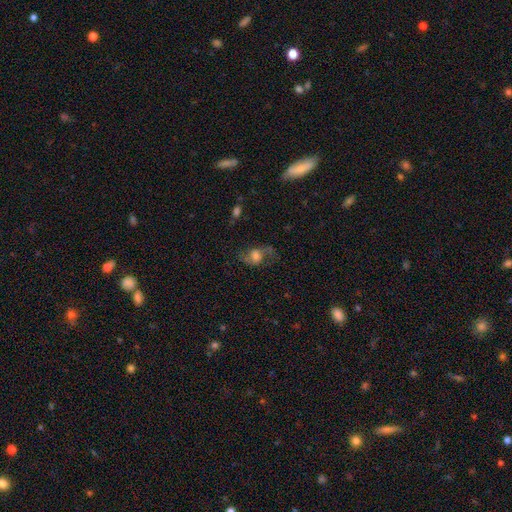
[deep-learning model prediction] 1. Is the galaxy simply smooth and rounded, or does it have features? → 51% featured or disk, 37% smooth, 12% star or artifact.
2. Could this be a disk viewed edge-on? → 93% no, 7% yes.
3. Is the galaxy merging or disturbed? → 55% none, 22% major disturbance, 21% minor disturbance, 3% merger.